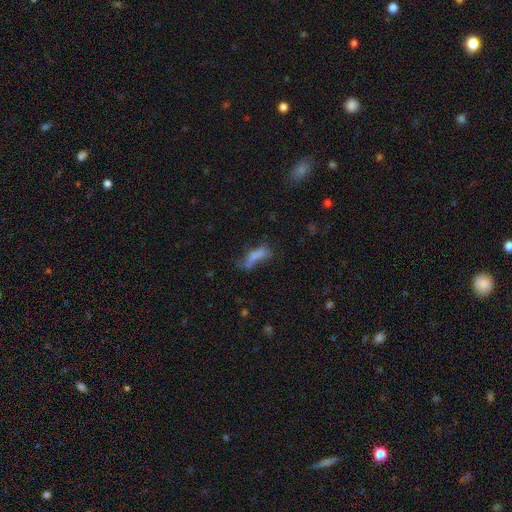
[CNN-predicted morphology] Q: Smooth or featured?
A: smooth (63%); runner-up: featured or disk (24%)
Q: How rounded?
A: cigar-shaped (49%); runner-up: in between (47%)
Q: Merging?
A: major disturbance (31%); runner-up: none (29%)